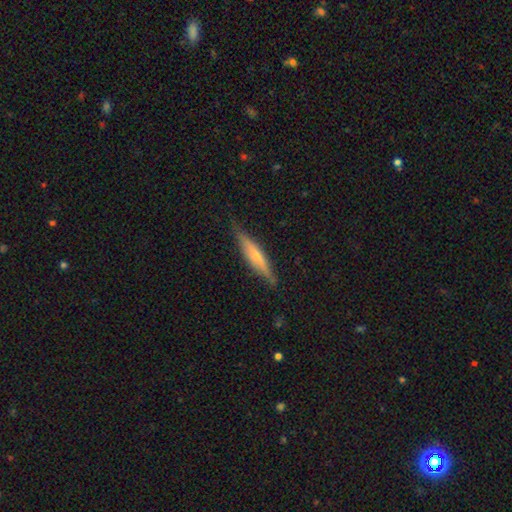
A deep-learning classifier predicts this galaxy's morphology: smooth-or-featured: featured or disk: 54% | smooth: 40% | star or artifact: 6%
  disk-edge-on: yes: 93% | no: 7%
    edge-on-bulge: rounded: 50% | none: 32% | boxy: 18%
  merging: none: 80% | minor disturbance: 15% | major disturbance: 3% | merger: 1%